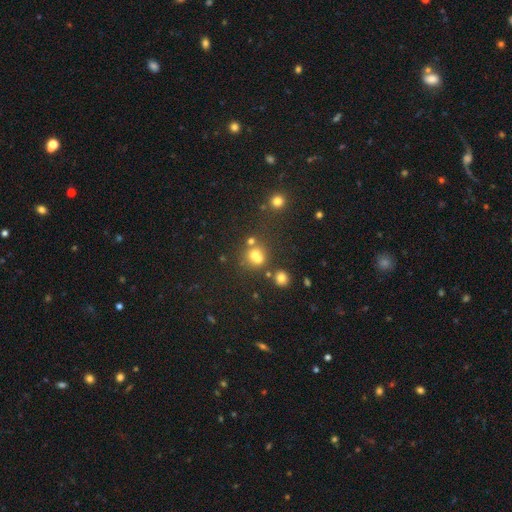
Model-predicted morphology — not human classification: Smooth or featured?
  - smooth: 65% *
  - star or artifact: 22%
  - featured or disk: 14%
How rounded?
  - round: 82% *
  - in between: 17%
  - cigar-shaped: 1%
Merging?
  - none: 47% *
  - merger: 41%
  - minor disturbance: 8%
  - major disturbance: 4%